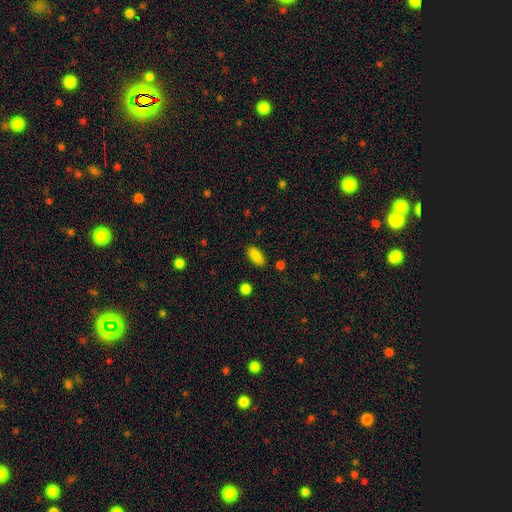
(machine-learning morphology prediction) Overall: smooth (88%). How rounded: in between (83%). Merging: none (86%).